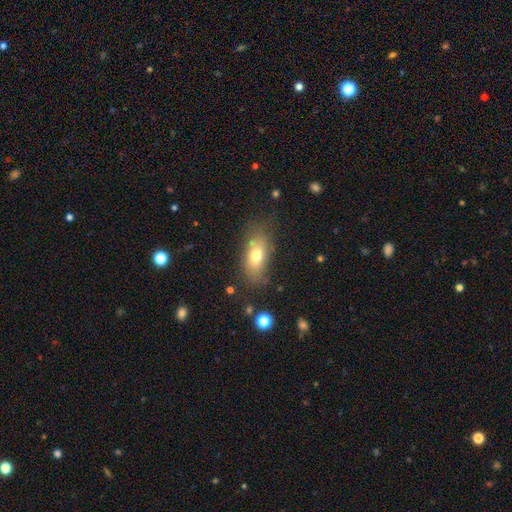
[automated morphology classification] smooth-or-featured: smooth: 70% | featured or disk: 19% | star or artifact: 11%
  how-rounded: in between: 83% | cigar-shaped: 9% | round: 8%
  merging: none: 69% | minor disturbance: 19% | major disturbance: 8% | merger: 4%